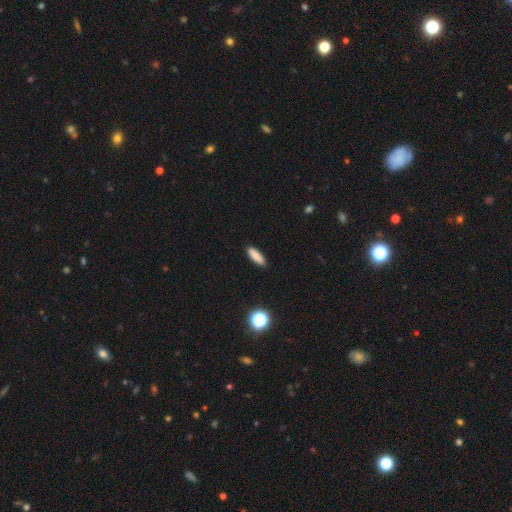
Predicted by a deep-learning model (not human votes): Smooth or featured? smooth (86%)
How rounded? cigar-shaped (51%)
Merging? none (88%)